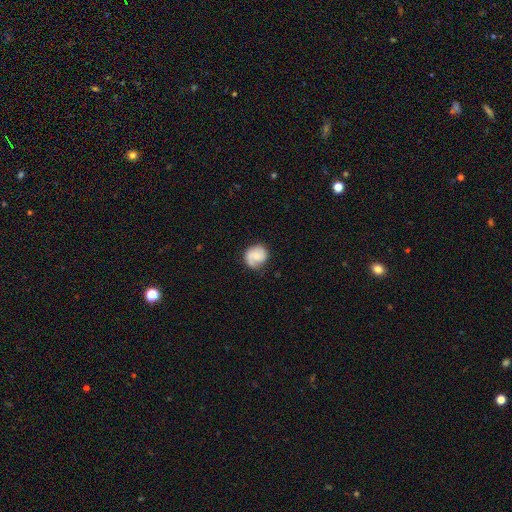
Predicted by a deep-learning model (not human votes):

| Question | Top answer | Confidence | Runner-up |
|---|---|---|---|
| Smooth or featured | featured or disk | 51% | smooth (42%) |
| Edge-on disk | no | 98% | yes (2%) |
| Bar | no | 65% | weak (29%) |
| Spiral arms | yes | 88% | no (12%) |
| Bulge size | small | 52% | moderate (36%) |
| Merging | none | 71% | minor disturbance (21%) |